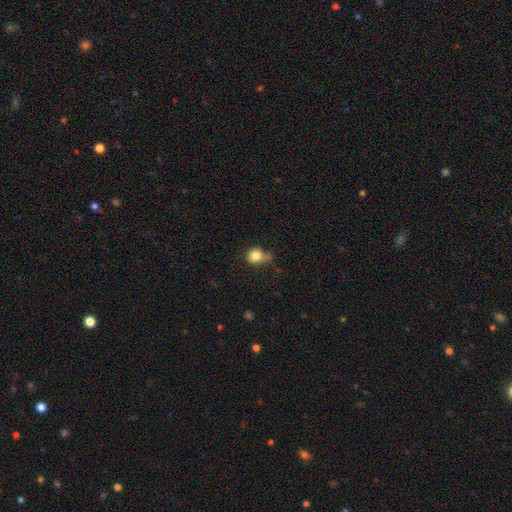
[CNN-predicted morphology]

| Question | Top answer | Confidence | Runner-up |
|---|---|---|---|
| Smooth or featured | smooth | 81% | star or artifact (10%) |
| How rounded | round | 72% | in between (27%) |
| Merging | none | 41% | minor disturbance (36%) |